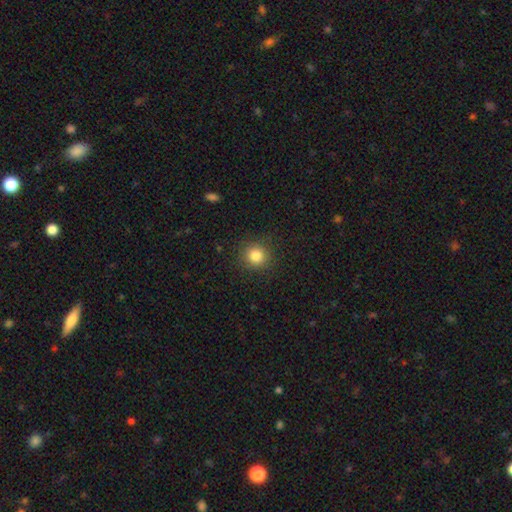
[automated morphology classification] A smooth galaxy with no disk features (83%) that is round (91%). Merging: none (89%).